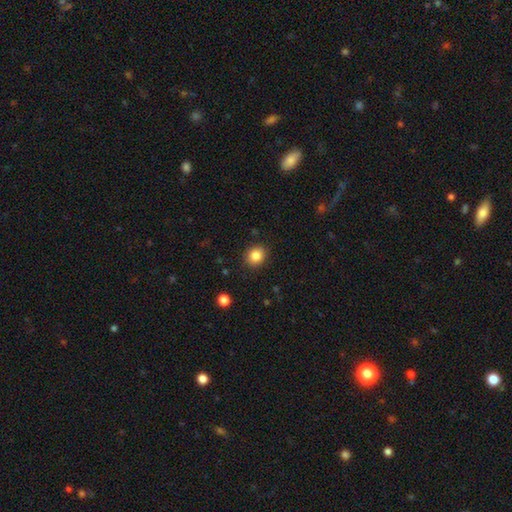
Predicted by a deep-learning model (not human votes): smooth-or-featured: smooth: 84% | star or artifact: 10% | featured or disk: 6%
  how-rounded: round: 71% | in between: 28% | cigar-shaped: 1%
  merging: none: 89% | minor disturbance: 8% | major disturbance: 2% | merger: 1%